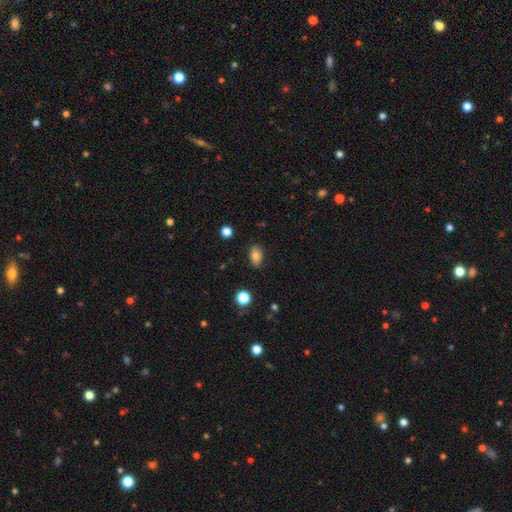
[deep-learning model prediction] A smooth galaxy with no disk features (79%) that is in between round and cigar-shaped (87%).

Vote fractions:
- Smooth or featured? smooth: 79% / featured or disk: 11% / star or artifact: 10%
- How rounded? in between: 87% / round: 11% / cigar-shaped: 2%
- Merging? none: 86% / minor disturbance: 10% / major disturbance: 2% / merger: 1%